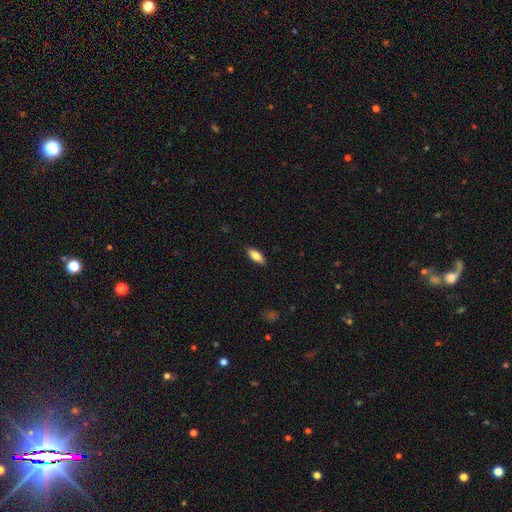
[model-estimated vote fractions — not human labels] This is likely a smooth galaxy (80%). How rounded: likely in between (77%). Merging: clearly none (88%).